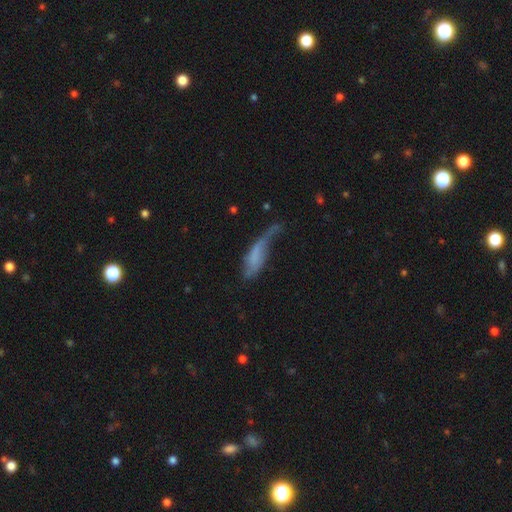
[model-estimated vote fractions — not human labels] This appears to be a smooth galaxy with no disk features (47%). Merging: major disturbance (40%).